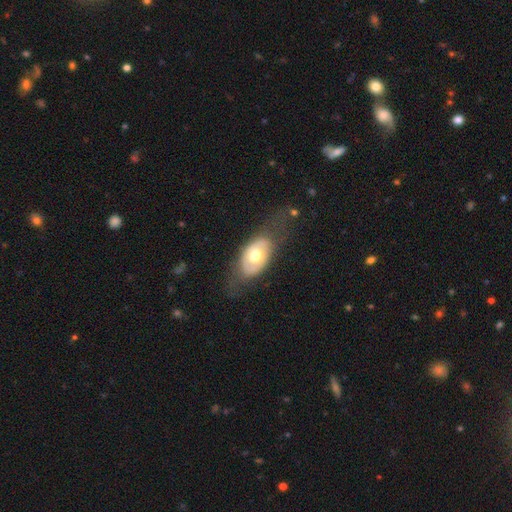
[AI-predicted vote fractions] This is possibly a featured or disk galaxy (51%). It is clearly not viewed edge-on (88%). Merging: likely none (64%).